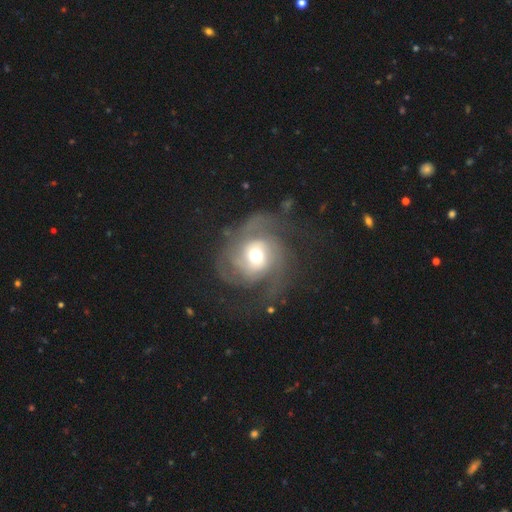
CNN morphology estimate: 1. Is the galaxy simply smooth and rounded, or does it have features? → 79% featured or disk, 14% smooth, 7% star or artifact.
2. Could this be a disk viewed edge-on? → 98% no, 2% yes.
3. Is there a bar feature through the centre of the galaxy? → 70% no, 24% weak, 6% strong.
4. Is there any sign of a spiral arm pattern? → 91% yes, 9% no.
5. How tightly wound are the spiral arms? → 43% medium, 37% tight, 21% loose.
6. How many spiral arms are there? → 34% 2, 24% 3, 22% can't tell, 7% 1, 7% 4, 6% more than 4.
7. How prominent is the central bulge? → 65% moderate, 20% large, 11% small, 2% dominant, 1% none.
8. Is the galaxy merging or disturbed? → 54% none, 27% major disturbance, 18% minor disturbance, 2% merger.